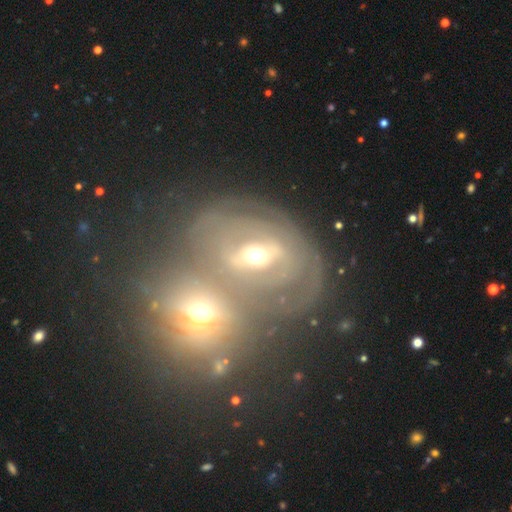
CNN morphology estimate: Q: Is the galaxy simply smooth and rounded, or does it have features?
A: featured or disk — 65%.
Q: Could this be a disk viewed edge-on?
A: no — 93%.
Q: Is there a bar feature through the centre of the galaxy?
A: weak — 38%.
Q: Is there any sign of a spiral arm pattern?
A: yes — 56%.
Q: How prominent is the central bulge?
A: moderate — 56%.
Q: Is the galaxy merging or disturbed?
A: merger — 64%.